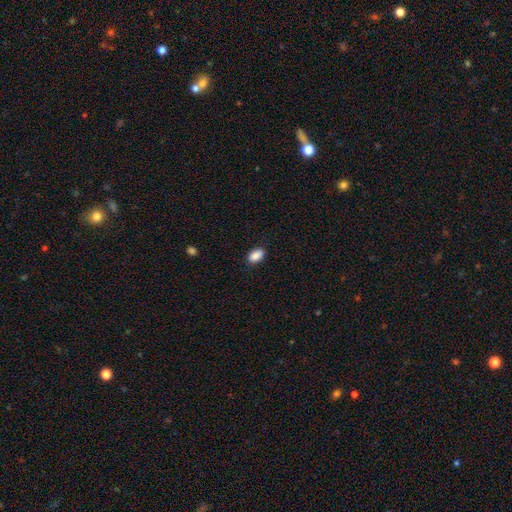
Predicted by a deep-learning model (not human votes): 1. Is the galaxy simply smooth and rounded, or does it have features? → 89% smooth, 8% star or artifact, 3% featured or disk.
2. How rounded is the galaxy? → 90% in between, 7% round, 2% cigar-shaped.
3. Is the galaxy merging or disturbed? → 86% none, 10% minor disturbance, 2% major disturbance, 1% merger.